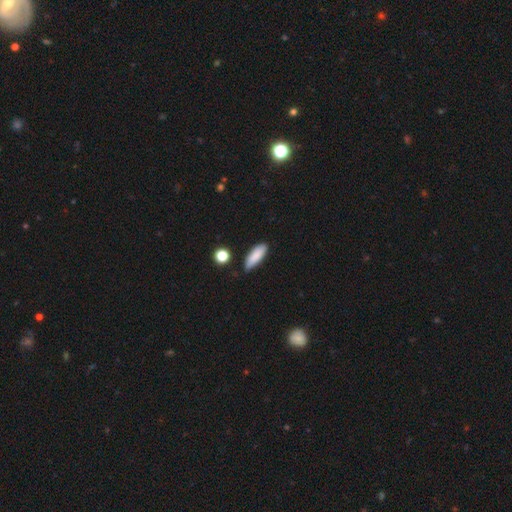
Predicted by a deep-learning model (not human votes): A smooth galaxy with no disk features (85%) that is in between round and cigar-shaped (60%). Merging: none (76%).